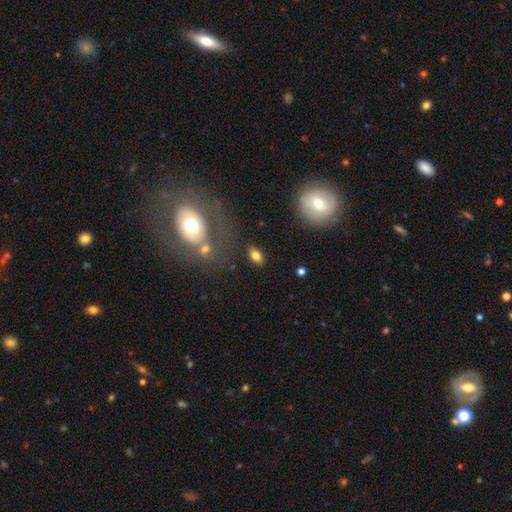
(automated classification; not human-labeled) smooth 76%, featured or disk 14%, star or artifact 10%. Down the decision tree: how rounded — in between (87%); merging — none (78%).